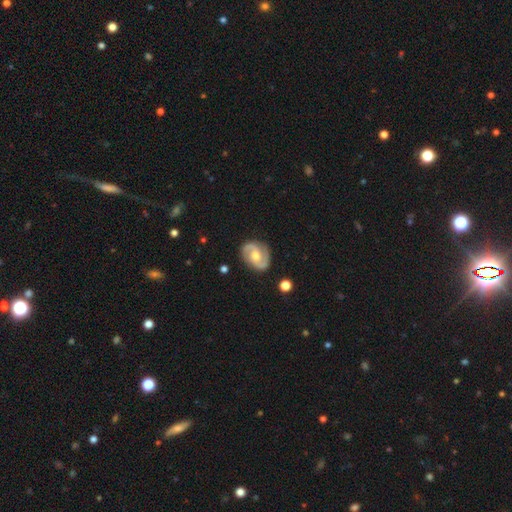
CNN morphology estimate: This is clearly a featured or disk galaxy (87%). It is clearly not viewed edge-on (98%). Bar: possibly no (53%). Spiral arm pattern: clearly yes (97%). Spiral arm count: clearly 2 (93%). Spiral winding: possibly medium (53%). Central bulge: likely moderate (66%). Merging: clearly none (84%).